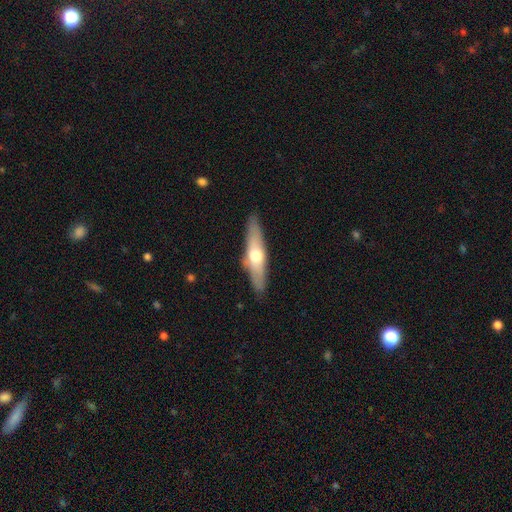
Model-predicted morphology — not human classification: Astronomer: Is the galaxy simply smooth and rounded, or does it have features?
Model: featured or disk — 52% (runner-up: smooth, 43%).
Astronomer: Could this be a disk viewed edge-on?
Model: yes — 86%.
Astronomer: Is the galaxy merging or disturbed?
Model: none — 86%.